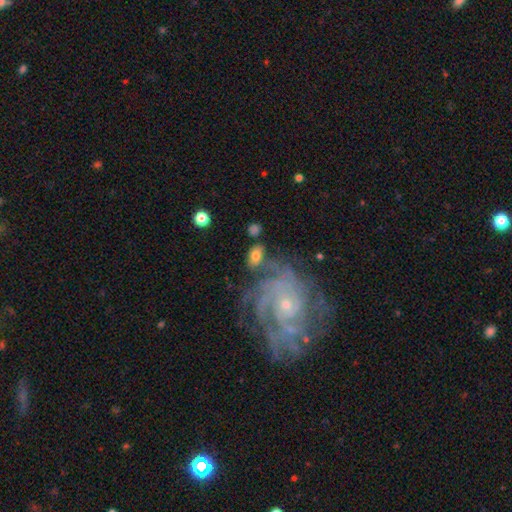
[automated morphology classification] smooth-or-featured: smooth: 49% | featured or disk: 42% | star or artifact: 9%
  merging: none: 59% | minor disturbance: 17% | merger: 13% | major disturbance: 10%